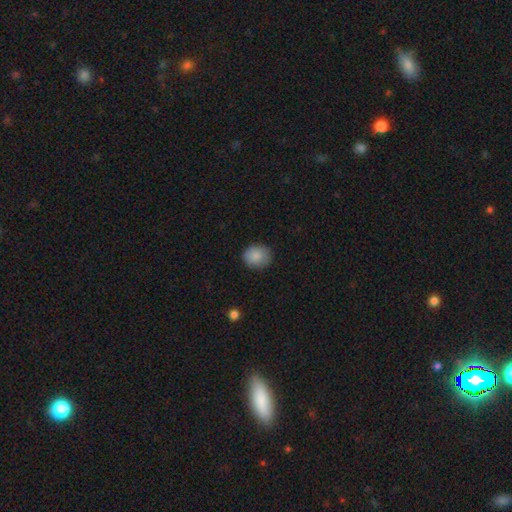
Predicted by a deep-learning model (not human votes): Smooth or featured: smooth — 86% (star or artifact — 8%)
How rounded: round — 73% (in between — 26%)
Merging: none — 84% (minor disturbance — 13%)